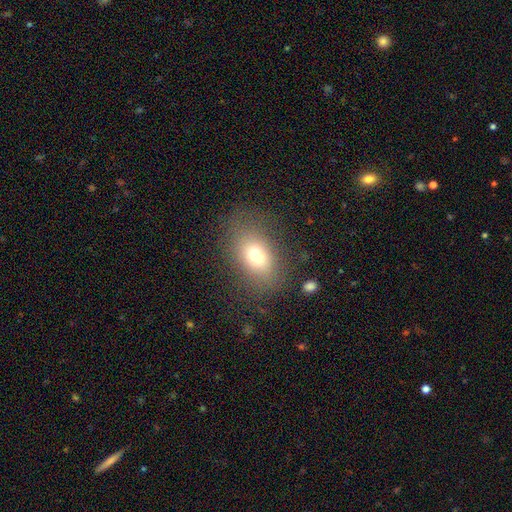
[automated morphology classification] Smooth or featured?
  - smooth: 70% *
  - featured or disk: 16%
  - star or artifact: 14%
How rounded?
  - in between: 75% *
  - round: 23%
  - cigar-shaped: 2%
Merging?
  - none: 74% *
  - minor disturbance: 14%
  - major disturbance: 10%
  - merger: 2%